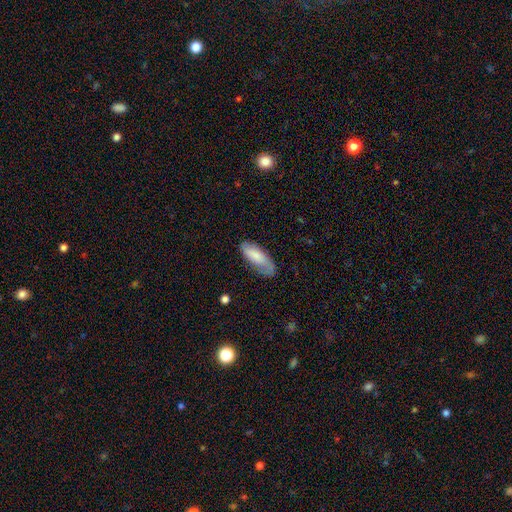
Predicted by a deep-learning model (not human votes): Smooth or featured? smooth (73%)
How rounded? in between (75%)
Merging? none (63%)